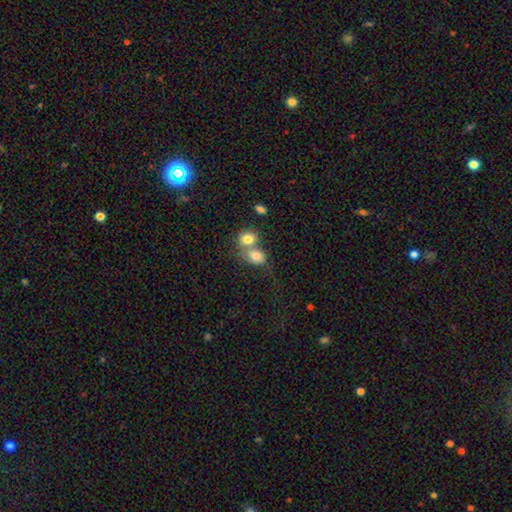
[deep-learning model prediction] Overall: smooth (77%). How rounded: in between (55%; round 44%). Merging: merger (62%; none 26%).